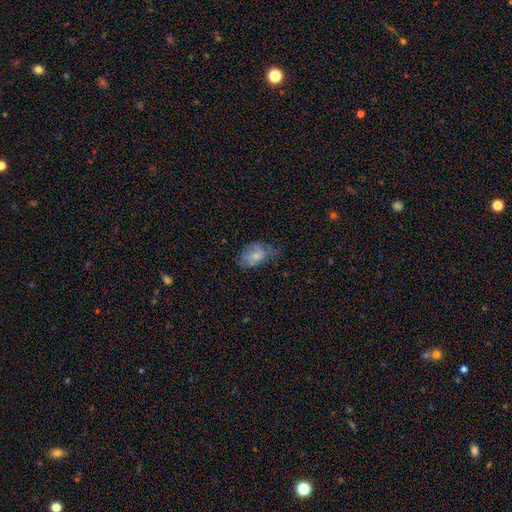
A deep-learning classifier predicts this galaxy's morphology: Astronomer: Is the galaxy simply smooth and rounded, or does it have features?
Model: smooth — 66%.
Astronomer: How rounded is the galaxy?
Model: in between — 83%.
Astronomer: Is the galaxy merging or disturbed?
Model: none — 40% (runner-up: minor disturbance, 37%).